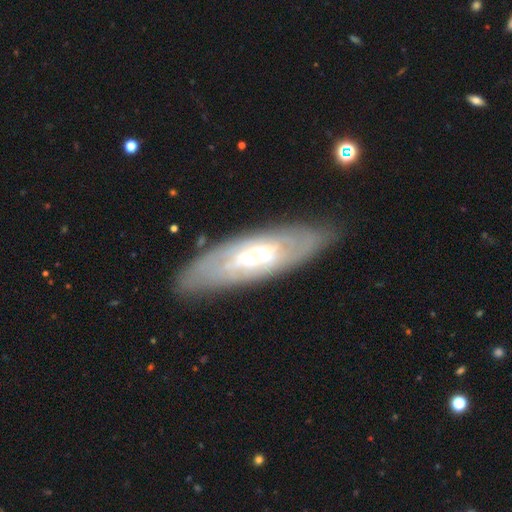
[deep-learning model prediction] smooth_or_featured: featured or disk (p=0.64) [alt: smooth p=0.29]
disk_edge_on: no (p=0.74) [alt: yes p=0.26]
merging: none (p=0.79) [alt: minor disturbance p=0.15]